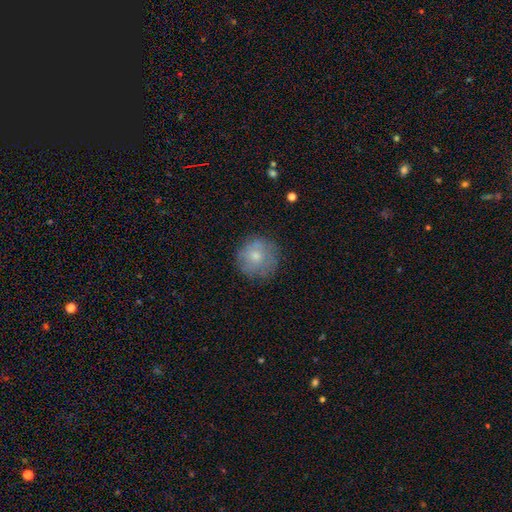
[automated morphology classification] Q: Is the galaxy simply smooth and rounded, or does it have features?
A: smooth — 70%.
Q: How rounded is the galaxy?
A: round — 91%.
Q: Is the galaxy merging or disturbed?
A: none — 76%.